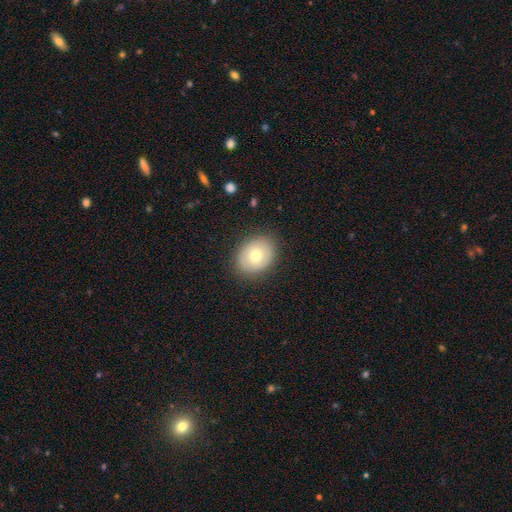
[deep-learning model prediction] smooth_or_featured: smooth (p=0.66) [alt: featured or disk p=0.25]
how_rounded: round (p=0.51) [alt: in between p=0.48]
merging: none (p=0.85) [alt: minor disturbance p=0.11]